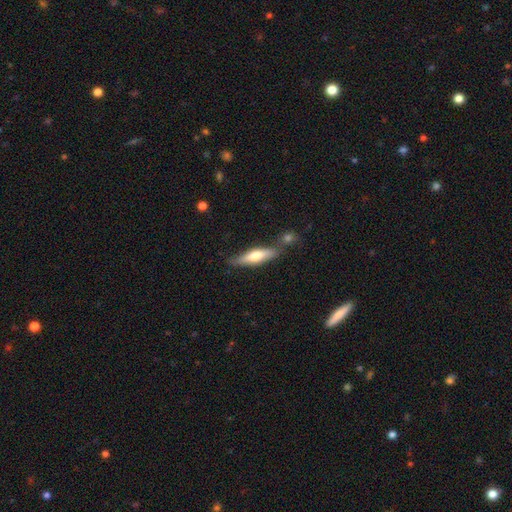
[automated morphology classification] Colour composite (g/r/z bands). It shows a smooth galaxy with no disk features (53%) that is cigar-shaped (72%). Merging: none (67%).